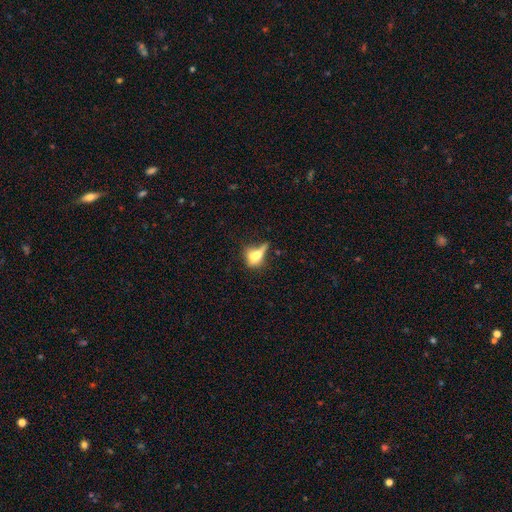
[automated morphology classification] smooth 57%, featured or disk 32%, star or artifact 11%. Down the decision tree: how rounded — in between (60%); merging — merger (36%).